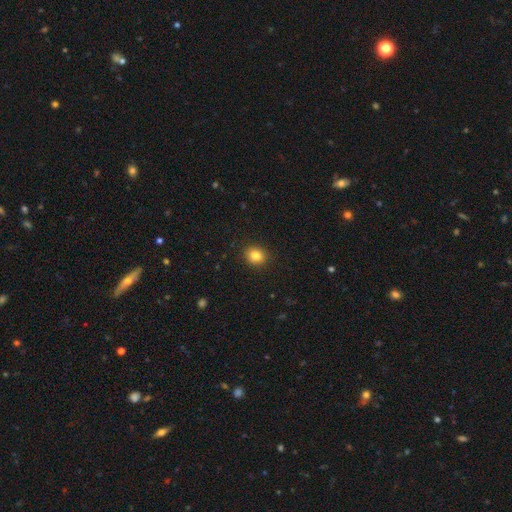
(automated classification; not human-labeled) Smooth or featured?
  - smooth: 83% *
  - star or artifact: 11%
  - featured or disk: 6%
How rounded?
  - round: 73% *
  - in between: 26%
  - cigar-shaped: 1%
Merging?
  - none: 91% *
  - minor disturbance: 6%
  - major disturbance: 2%
  - merger: 1%